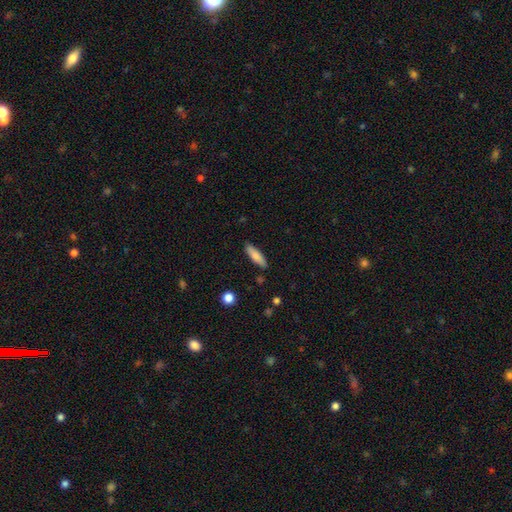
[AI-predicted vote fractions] Smooth or featured?
  - smooth: 81% *
  - featured or disk: 12%
  - star or artifact: 6%
How rounded?
  - cigar-shaped: 63% *
  - in between: 36%
  - round: 2%
Merging?
  - none: 87% *
  - minor disturbance: 9%
  - major disturbance: 2%
  - merger: 2%